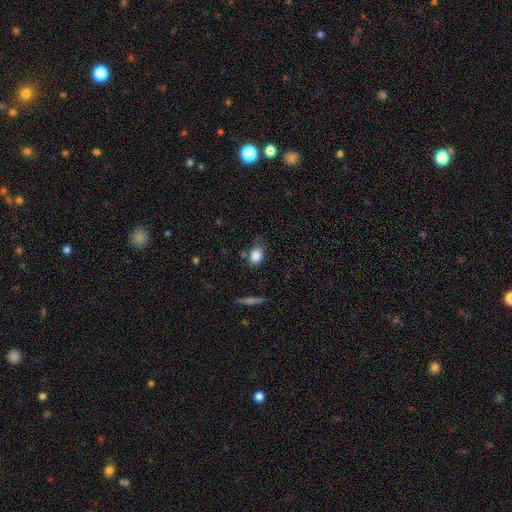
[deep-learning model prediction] Smooth or featured? Predicted: smooth (p=0.84). How rounded? Predicted: in between (p=0.75). Merging? Predicted: none (p=0.68).